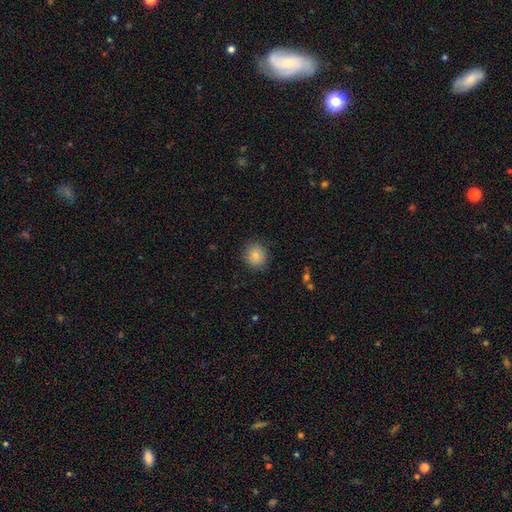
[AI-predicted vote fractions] This appears to be a smooth galaxy with no disk features (83%) that is round (85%). Merging: none (87%).